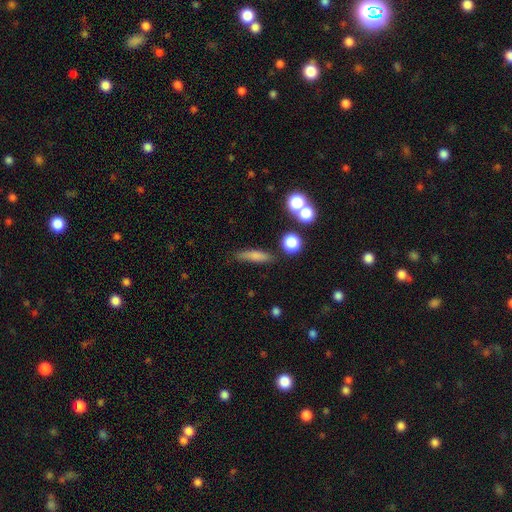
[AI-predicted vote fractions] A smooth galaxy with no disk features (73%) that is cigar-shaped (71%).

Vote fractions:
- Smooth or featured? smooth: 73% / featured or disk: 17% / star or artifact: 10%
- How rounded? cigar-shaped: 71% / in between: 22% / round: 7%
- Merging? none: 75% / minor disturbance: 15% / merger: 6% / major disturbance: 5%